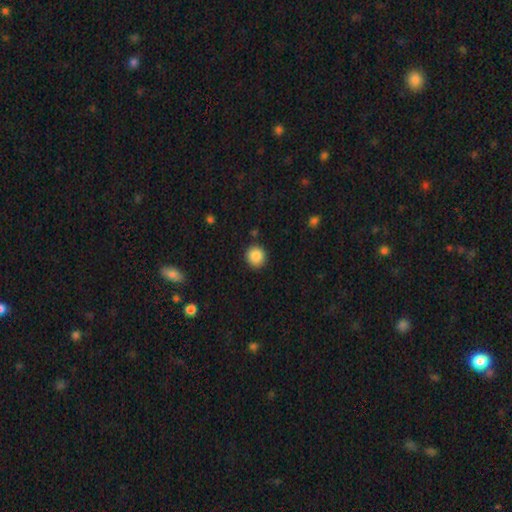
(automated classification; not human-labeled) This is clearly a smooth galaxy (86%). How rounded: clearly round (89%). Merging: clearly none (90%).